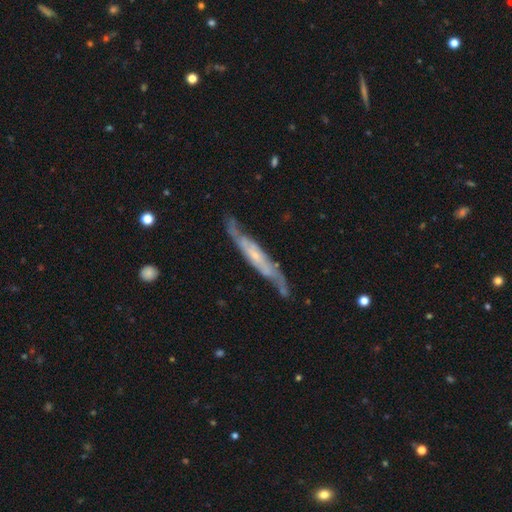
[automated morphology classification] smooth-or-featured: featured or disk: 77% | smooth: 17% | star or artifact: 6%
  disk-edge-on: yes: 55% | no: 45%
  merging: none: 73% | minor disturbance: 19% | major disturbance: 6% | merger: 2%